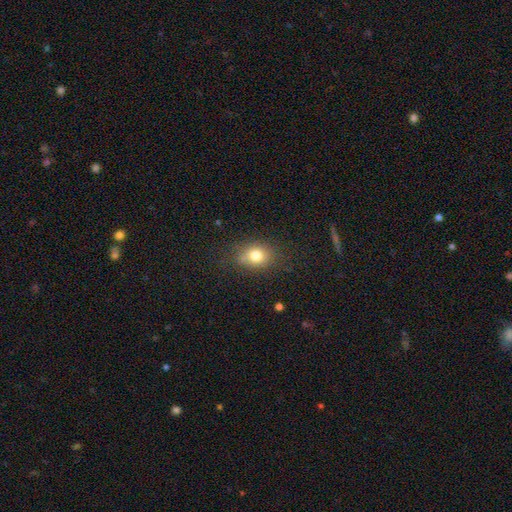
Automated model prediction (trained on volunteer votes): Q: Smooth or featured?
A: smooth (78%); runner-up: star or artifact (12%)
Q: How rounded?
A: in between (58%); runner-up: round (40%)
Q: Merging?
A: none (75%); runner-up: minor disturbance (18%)